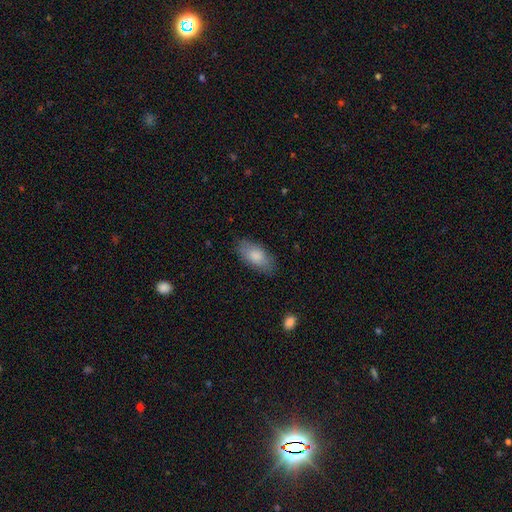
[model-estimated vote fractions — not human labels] A smooth galaxy with no disk features (83%) that is in between round and cigar-shaped (90%). Merging: none (79%).